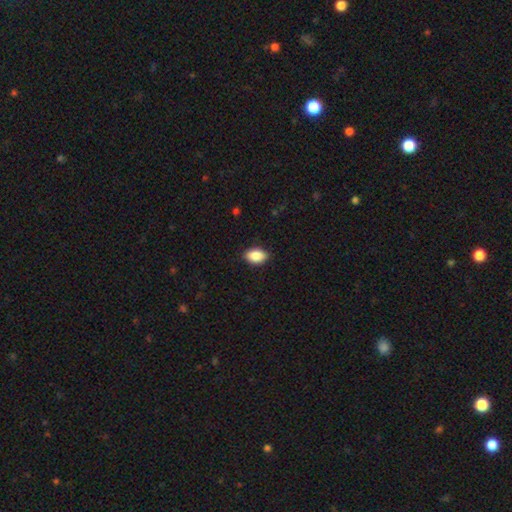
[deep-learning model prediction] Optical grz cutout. It shows a smooth galaxy with no disk features (89%) that is in between round and cigar-shaped (90%). Merging: none (88%).